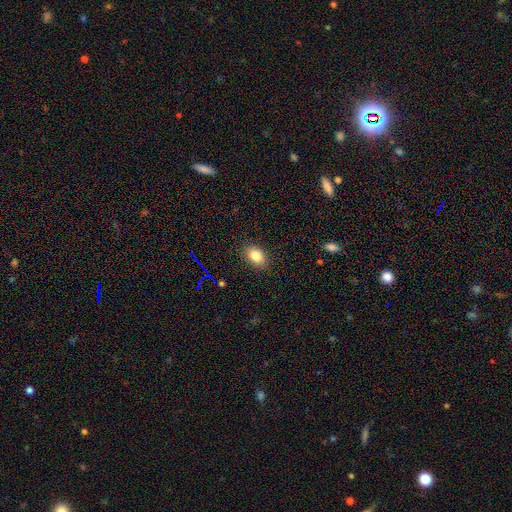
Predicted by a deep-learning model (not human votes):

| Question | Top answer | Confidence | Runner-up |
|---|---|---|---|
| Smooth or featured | smooth | 83% | star or artifact (10%) |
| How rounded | in between | 84% | round (15%) |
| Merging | none | 87% | minor disturbance (9%) |